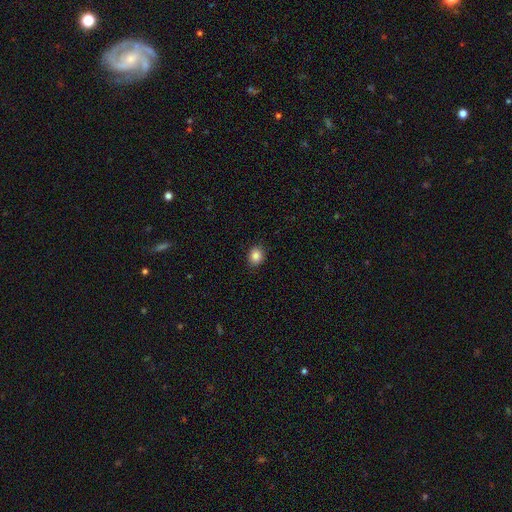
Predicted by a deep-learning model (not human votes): This appears to be a smooth galaxy with no disk features (85%) that is round (67%). Merging: none (89%).